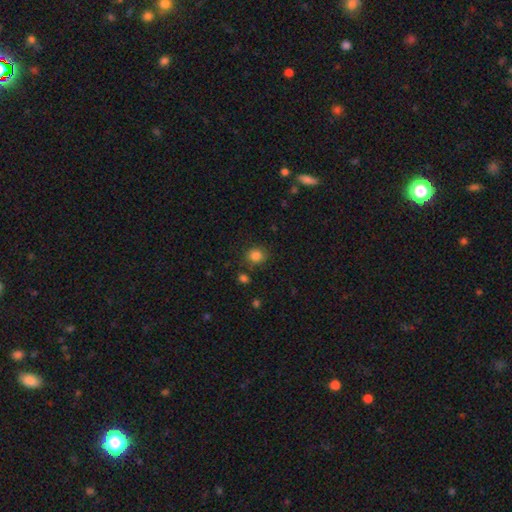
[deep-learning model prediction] smooth 84%, star or artifact 12%, featured or disk 4%. Down the decision tree: how rounded — round (75%); merging — none (81%).